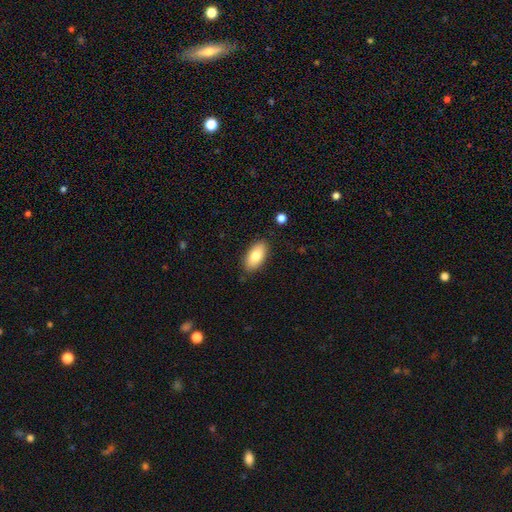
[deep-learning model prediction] A smooth galaxy with no disk features (80%) that is in between round and cigar-shaped (91%). Merging: none (85%).